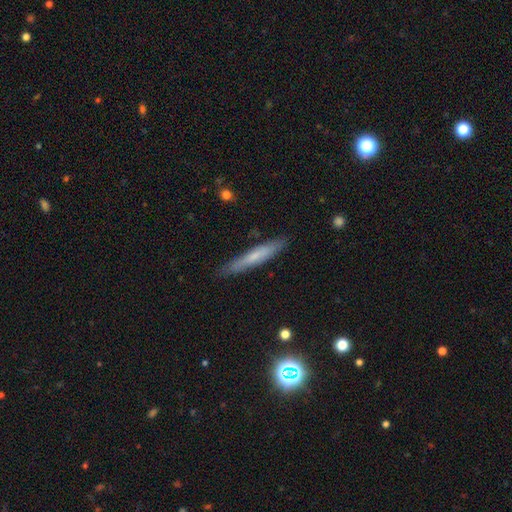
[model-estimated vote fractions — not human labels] This is possibly a smooth galaxy (58%). How rounded: clearly cigar-shaped (93%). Merging: clearly none (86%).